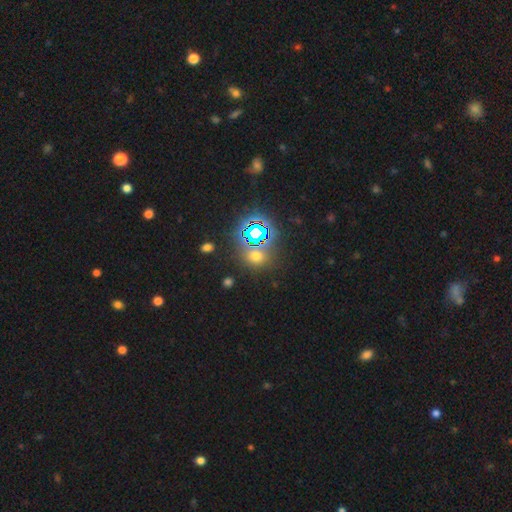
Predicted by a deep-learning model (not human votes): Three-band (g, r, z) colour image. It shows a star or artifact, not a galaxy (48%).